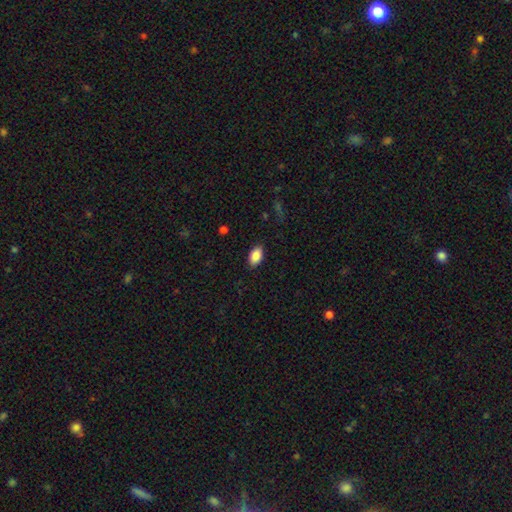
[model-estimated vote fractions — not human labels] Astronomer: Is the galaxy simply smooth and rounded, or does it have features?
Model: smooth — 89%.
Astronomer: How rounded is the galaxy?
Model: in between — 93%.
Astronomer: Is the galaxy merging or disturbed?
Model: none — 87%.